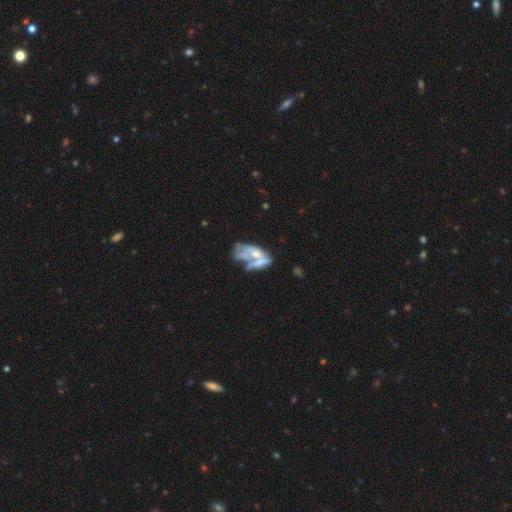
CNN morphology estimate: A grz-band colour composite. It shows a featured or disk galaxy (57%) with no bar (87%), no spiral arms (86%) and a moderate central bulge (39%). Merging: merger (51%).